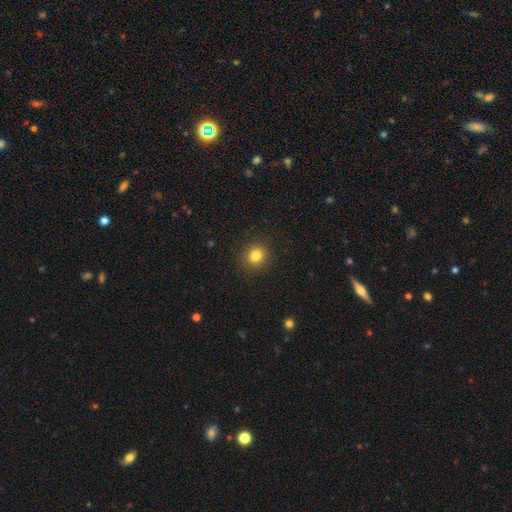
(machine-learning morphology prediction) Q: Smooth or featured?
A: smooth (82%); runner-up: star or artifact (12%)
Q: How rounded?
A: round (83%); runner-up: in between (17%)
Q: Merging?
A: none (91%); runner-up: minor disturbance (6%)